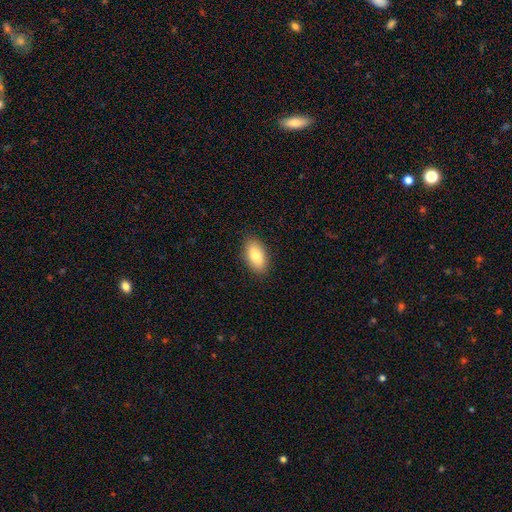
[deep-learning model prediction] Smooth or featured? Predicted: smooth (p=0.82). How rounded? Predicted: in between (p=0.92). Merging? Predicted: none (p=0.88).